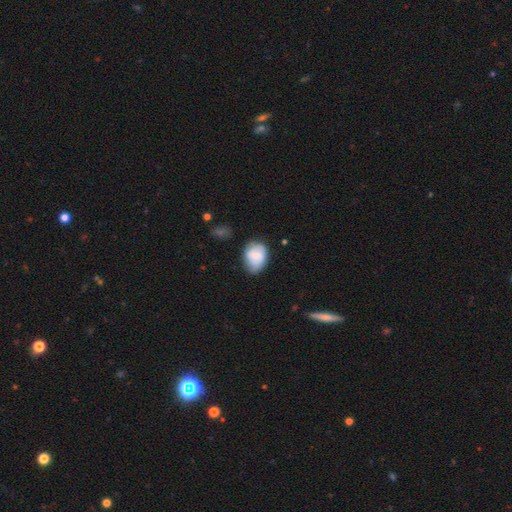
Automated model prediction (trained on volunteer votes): A smooth galaxy with no disk features (65%) that is in between round and cigar-shaped (62%). Merging: none (57%).